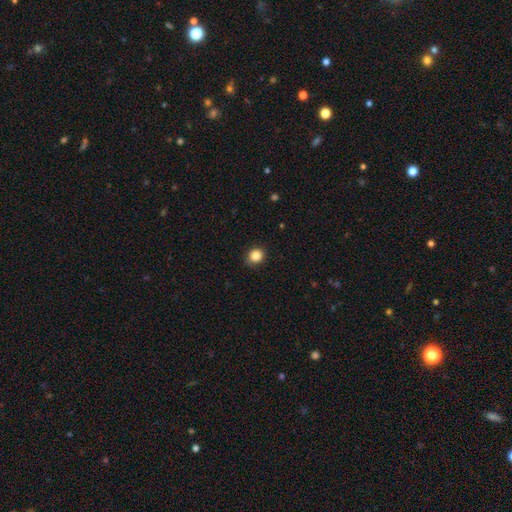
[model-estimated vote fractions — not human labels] Morphology: type=smooth (85%); roundness=round (80%); merging=none (86%).